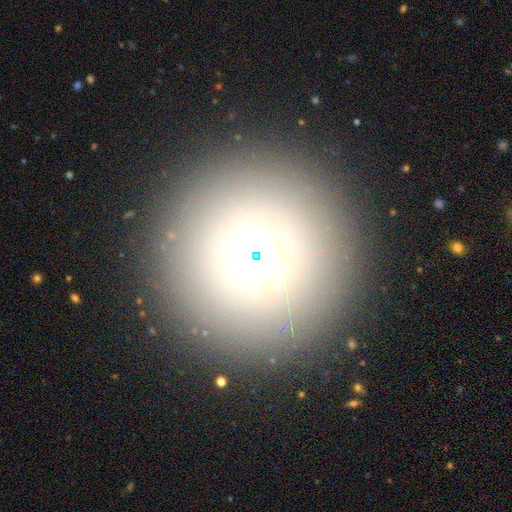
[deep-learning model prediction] Smooth or featured? smooth (60%)
How rounded? round (96%)
Merging? none (90%)